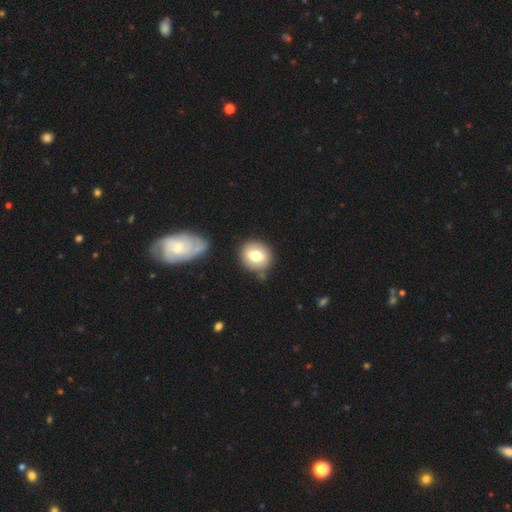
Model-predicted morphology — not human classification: Smooth or featured?
  - smooth: 72% *
  - featured or disk: 20%
  - star or artifact: 8%
How rounded?
  - round: 77% *
  - in between: 22%
  - cigar-shaped: 1%
Merging?
  - none: 78% *
  - minor disturbance: 12%
  - merger: 6%
  - major disturbance: 3%